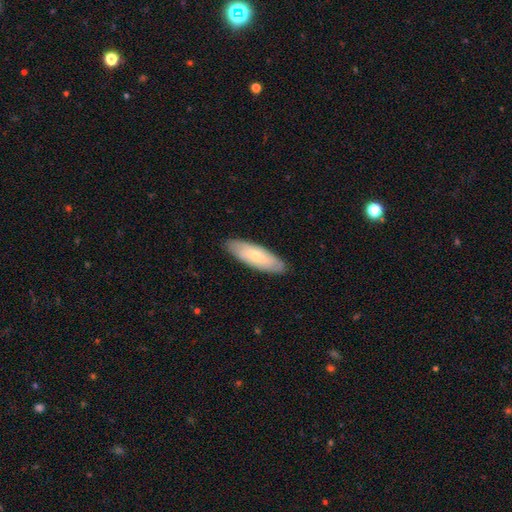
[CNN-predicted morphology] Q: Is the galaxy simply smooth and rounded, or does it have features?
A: smooth — 62%.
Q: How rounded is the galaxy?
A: in between — 55%.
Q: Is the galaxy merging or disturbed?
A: none — 87%.